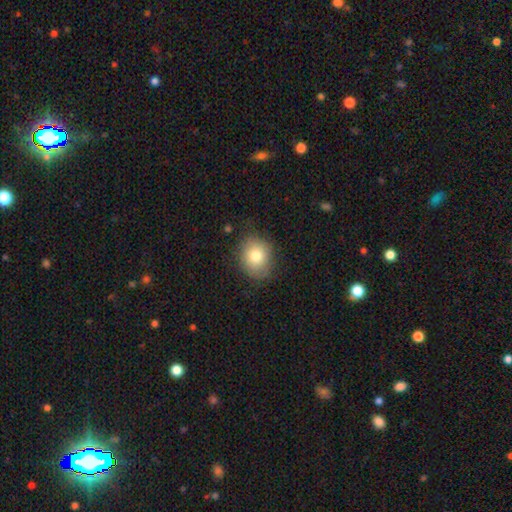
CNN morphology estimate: The model was most divided on "how rounded": round: 62%, in between: 37%, cigar-shaped: 1%. More confident: smooth or featured — smooth (79%); merging — none (79%).